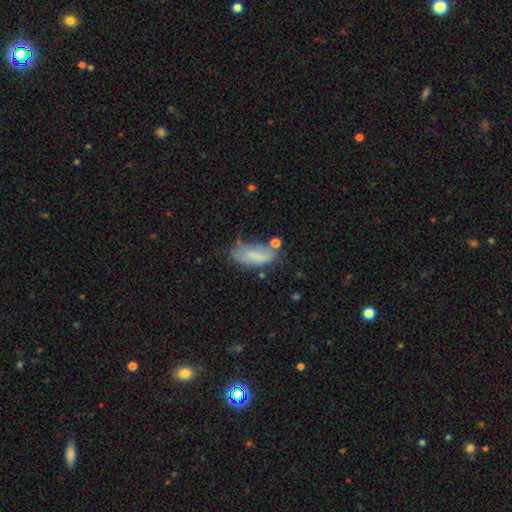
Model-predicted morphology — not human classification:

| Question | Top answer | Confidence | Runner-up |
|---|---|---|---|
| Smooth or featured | smooth | 68% | featured or disk (23%) |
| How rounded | in between | 85% | cigar-shaped (13%) |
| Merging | none | 41% | minor disturbance (33%) |